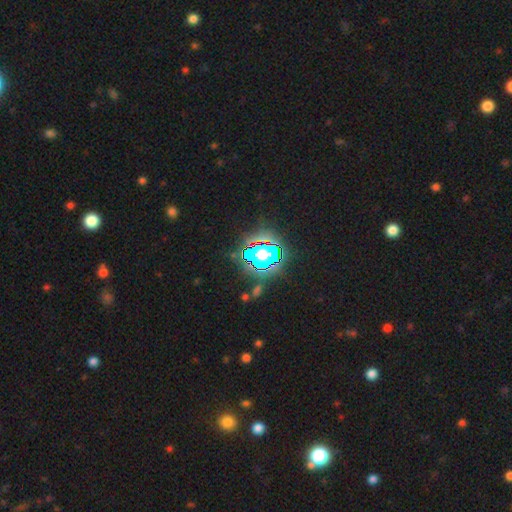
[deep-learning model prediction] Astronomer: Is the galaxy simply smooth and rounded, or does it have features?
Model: star or artifact — 80%.